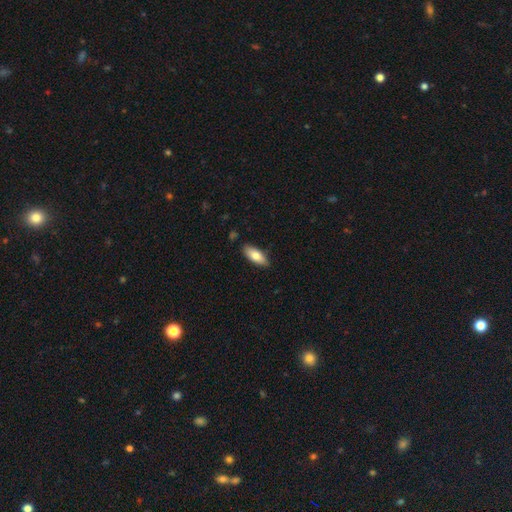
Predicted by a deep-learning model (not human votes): This is likely a smooth galaxy (78%). How rounded: likely in between (78%). Merging: clearly none (87%).